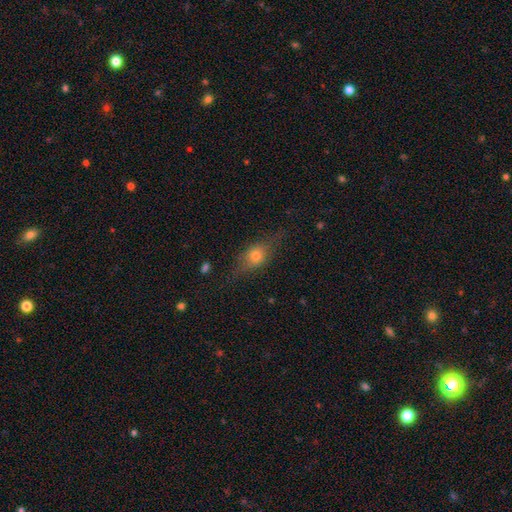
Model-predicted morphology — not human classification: type=smooth (50%); merging=none (73%).